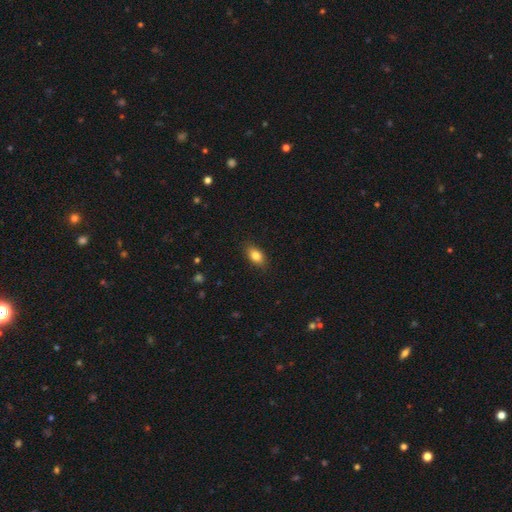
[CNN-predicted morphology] Q: Smooth or featured?
A: smooth (83%); runner-up: featured or disk (9%)
Q: How rounded?
A: in between (87%); runner-up: round (9%)
Q: Merging?
A: none (87%); runner-up: minor disturbance (10%)